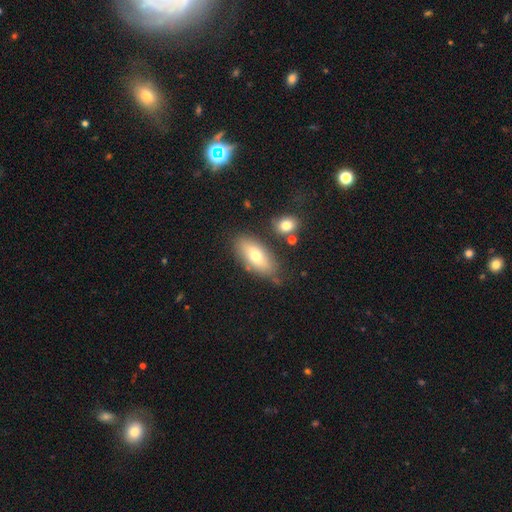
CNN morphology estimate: A smooth galaxy with no disk features (65%) that is in between round and cigar-shaped (82%). Merging: none (75%).